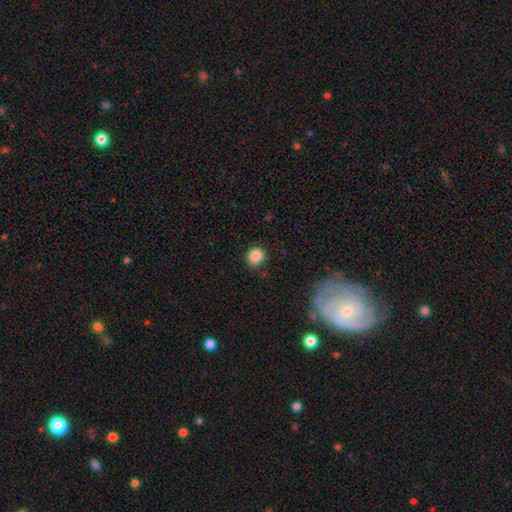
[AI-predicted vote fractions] A smooth galaxy with no disk features (86%) that is round (81%).

Vote fractions:
- Smooth or featured? smooth: 86% / star or artifact: 10% / featured or disk: 4%
- How rounded? round: 81% / in between: 18% / cigar-shaped: 1%
- Merging? none: 84% / minor disturbance: 12% / major disturbance: 3% / merger: 2%